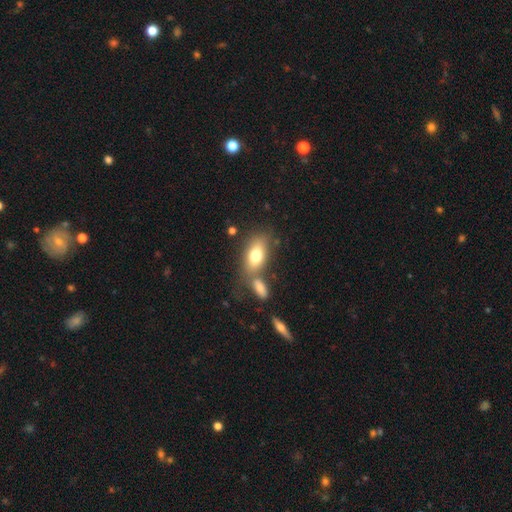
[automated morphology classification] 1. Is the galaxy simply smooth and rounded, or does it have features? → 73% smooth, 19% featured or disk, 8% star or artifact.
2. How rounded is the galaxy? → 85% in between, 8% round, 7% cigar-shaped.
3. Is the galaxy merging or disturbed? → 55% none, 26% merger, 13% minor disturbance, 6% major disturbance.